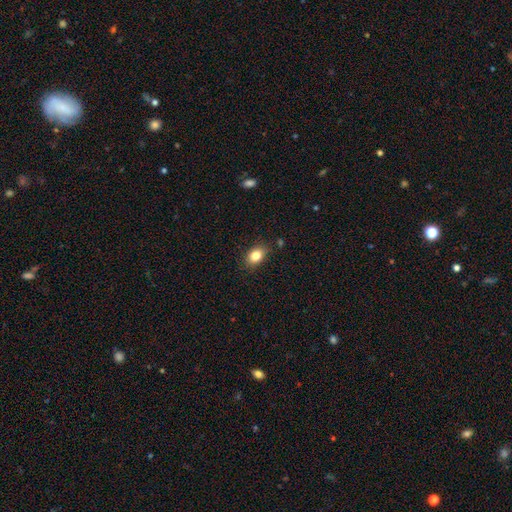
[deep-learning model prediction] A smooth galaxy with no disk features (83%) that is in between round and cigar-shaped (73%). Merging: none (83%).